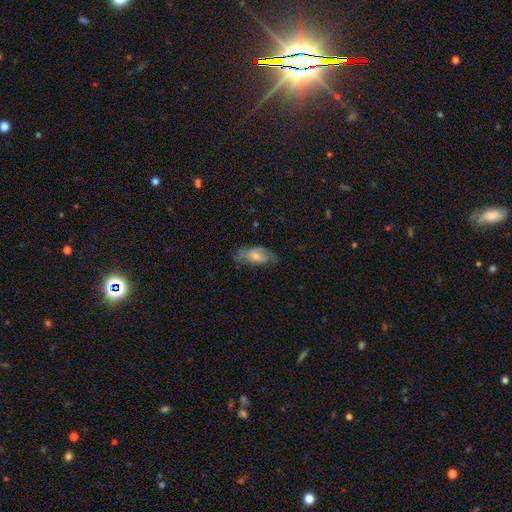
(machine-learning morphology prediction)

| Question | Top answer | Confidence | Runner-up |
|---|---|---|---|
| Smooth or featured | featured or disk | 47% | smooth (46%) |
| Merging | none | 58% | minor disturbance (27%) |